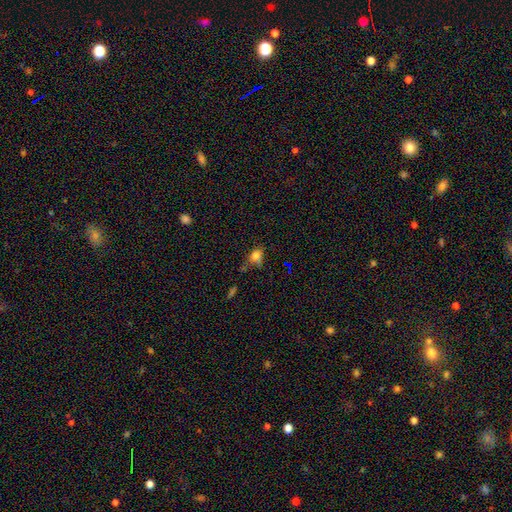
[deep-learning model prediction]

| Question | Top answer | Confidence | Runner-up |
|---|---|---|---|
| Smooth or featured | smooth | 70% | star or artifact (18%) |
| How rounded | in between | 53% | round (43%) |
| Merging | none | 45% | minor disturbance (27%) |